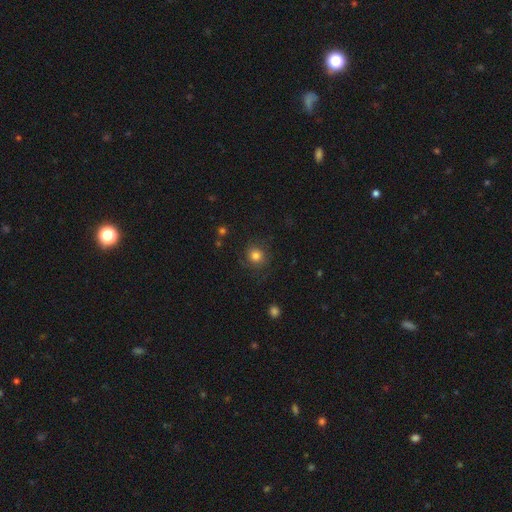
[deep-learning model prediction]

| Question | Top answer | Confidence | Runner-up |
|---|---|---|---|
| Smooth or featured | smooth | 73% | featured or disk (15%) |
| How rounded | round | 89% | in between (10%) |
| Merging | none | 76% | minor disturbance (14%) |